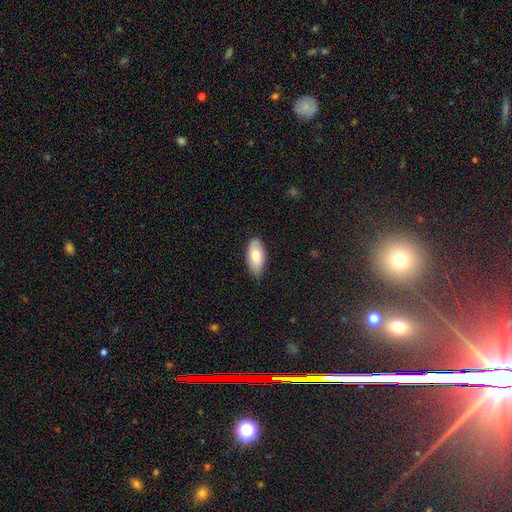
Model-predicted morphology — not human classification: Smooth or featured? Predicted: smooth (p=0.74). How rounded? Predicted: in between (p=0.92). Merging? Predicted: none (p=0.79).